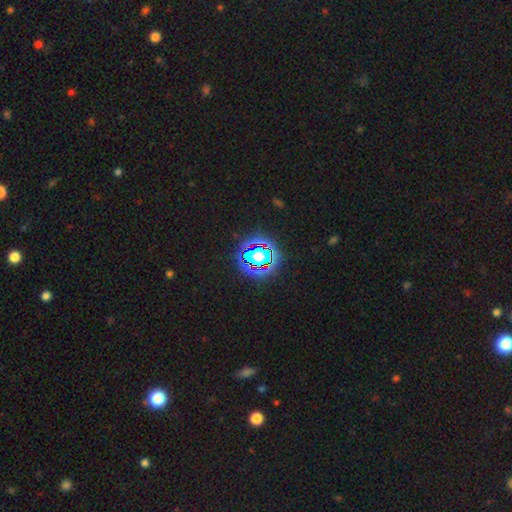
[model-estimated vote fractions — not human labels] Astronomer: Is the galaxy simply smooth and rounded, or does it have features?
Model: star or artifact — 61%.